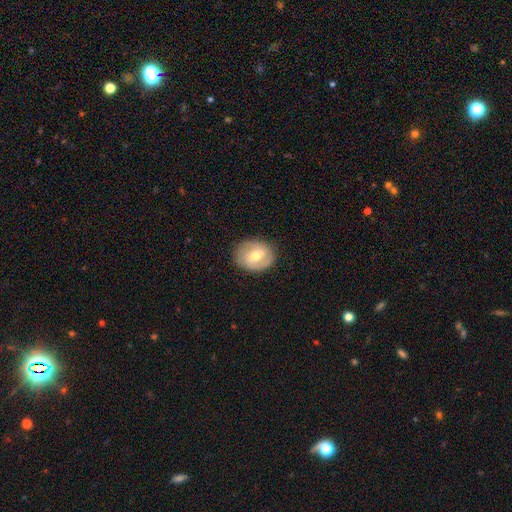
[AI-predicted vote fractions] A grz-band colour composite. It shows a featured or disk galaxy (58%) with a weak bar (53%), spiral arms (72%) and a moderate central bulge (60%). Merging: none (82%).